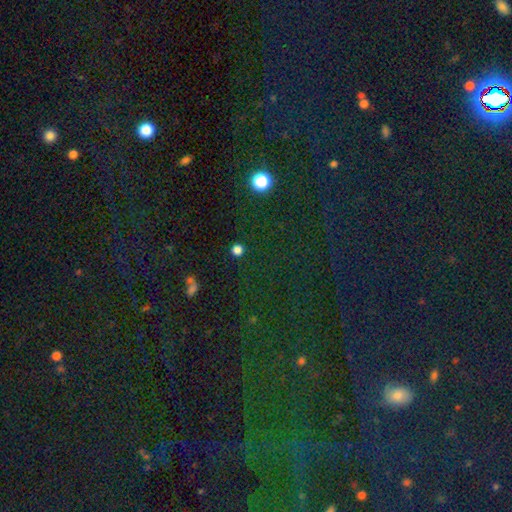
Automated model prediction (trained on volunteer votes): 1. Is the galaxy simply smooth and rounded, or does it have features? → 76% star or artifact, 16% smooth, 8% featured or disk.